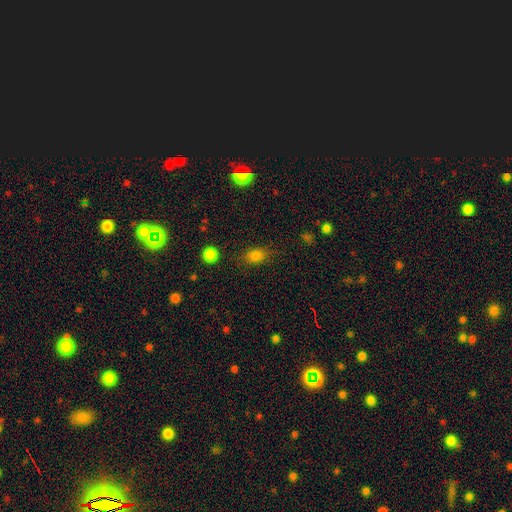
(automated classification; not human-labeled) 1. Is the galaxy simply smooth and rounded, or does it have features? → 81% smooth, 13% star or artifact, 7% featured or disk.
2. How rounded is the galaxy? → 68% in between, 29% round, 3% cigar-shaped.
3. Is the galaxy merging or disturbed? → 78% none, 16% minor disturbance, 5% major disturbance, 2% merger.